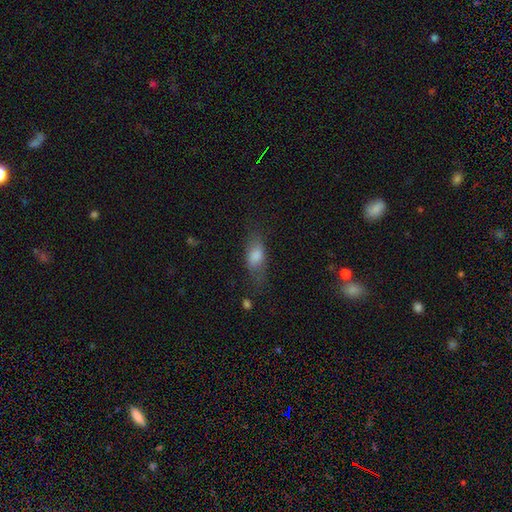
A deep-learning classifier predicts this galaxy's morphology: Q: Smooth or featured?
A: smooth (69%); runner-up: featured or disk (21%)
Q: How rounded?
A: in between (68%); runner-up: cigar-shaped (27%)
Q: Merging?
A: none (68%); runner-up: minor disturbance (20%)